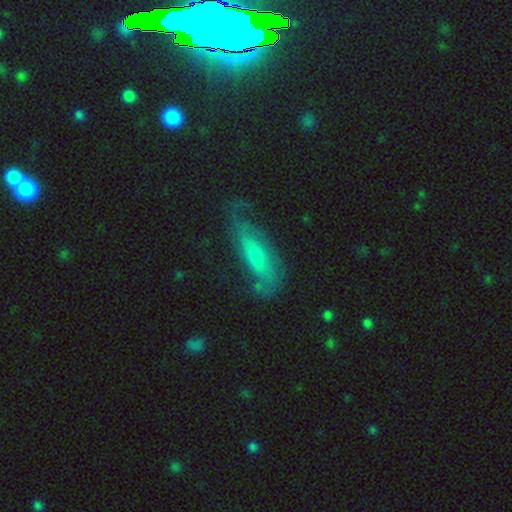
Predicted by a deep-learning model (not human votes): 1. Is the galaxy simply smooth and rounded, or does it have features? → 54% featured or disk, 37% smooth, 9% star or artifact.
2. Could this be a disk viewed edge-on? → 73% no, 27% yes.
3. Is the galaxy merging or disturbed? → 54% none, 27% minor disturbance, 17% major disturbance, 3% merger.